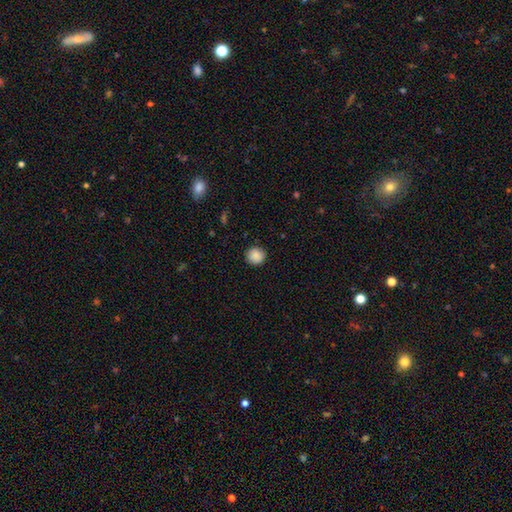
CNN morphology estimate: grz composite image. It shows a smooth galaxy with no disk features (88%) that is round (93%). Merging: none (90%).